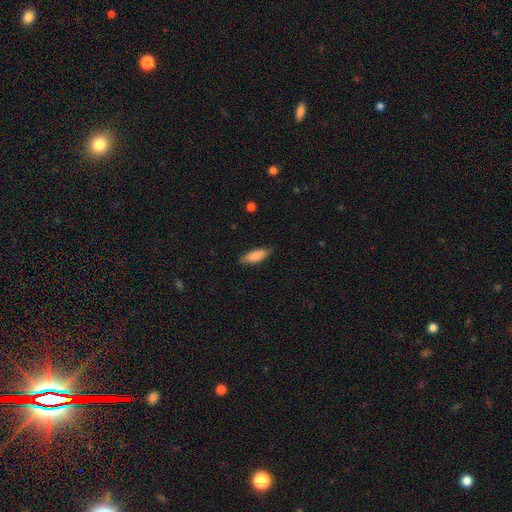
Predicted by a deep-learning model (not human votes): The model was most divided on "how rounded": in between: 64%, cigar-shaped: 34%, round: 2%. More confident: smooth or featured — smooth (85%); merging — none (81%).